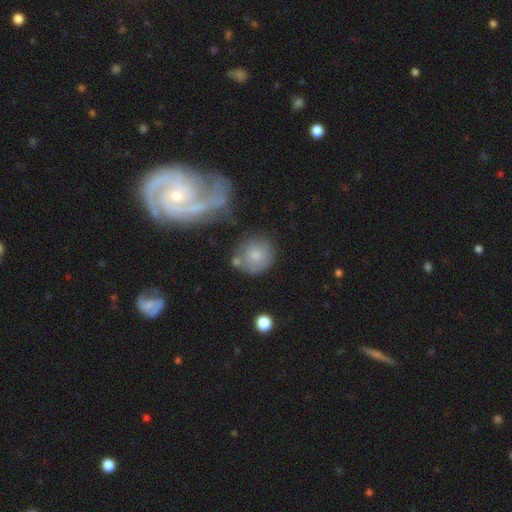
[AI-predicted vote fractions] A smooth galaxy with no disk features (73%) that is round (87%).

Vote fractions:
- Smooth or featured? smooth: 73% / featured or disk: 20% / star or artifact: 7%
- How rounded? round: 87% / in between: 11% / cigar-shaped: 1%
- Merging? none: 62% / minor disturbance: 17% / merger: 14% / major disturbance: 7%